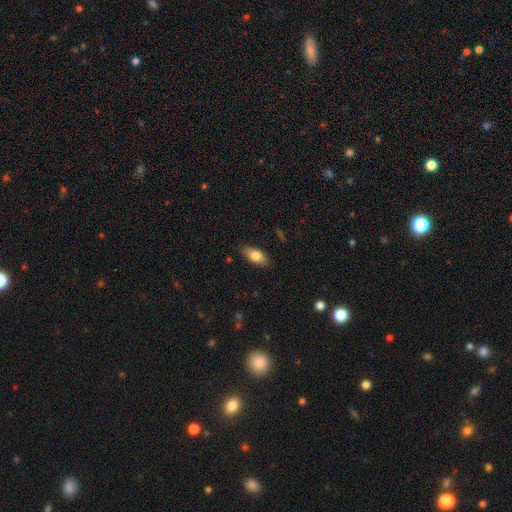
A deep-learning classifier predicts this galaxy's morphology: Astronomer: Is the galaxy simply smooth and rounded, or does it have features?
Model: smooth — 78%.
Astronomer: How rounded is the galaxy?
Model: in between — 87%.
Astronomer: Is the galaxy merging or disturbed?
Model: none — 84%.